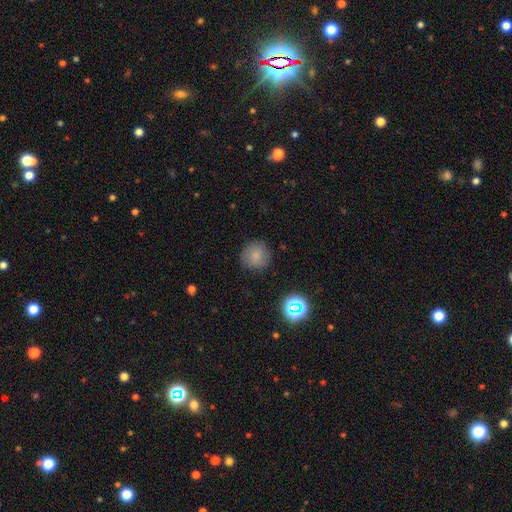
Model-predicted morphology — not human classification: smooth_or_featured: smooth (p=0.77) [alt: featured or disk p=0.12]
how_rounded: round (p=0.92) [alt: in between p=0.07]
merging: none (p=0.83) [alt: minor disturbance p=0.12]